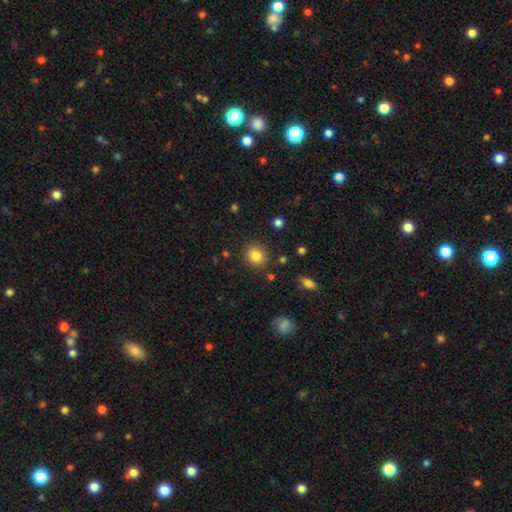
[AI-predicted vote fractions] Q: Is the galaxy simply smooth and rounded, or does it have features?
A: smooth — 83%.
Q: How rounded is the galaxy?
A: round — 79%.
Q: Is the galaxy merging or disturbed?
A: none — 86%.